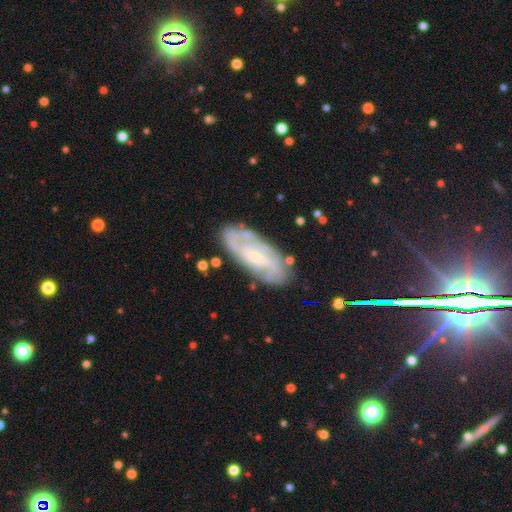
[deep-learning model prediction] A featured or disk galaxy (76%) with no bar (45%), 2 (40%) tight (48%) spiral arms (90%) and a small central bulge (60%).

Vote fractions:
- Smooth or featured? featured or disk: 76% / smooth: 17% / star or artifact: 7%
- Edge-on disk? no: 91% / yes: 9%
- Bar? no: 45% / weak: 44% / strong: 12%
- Spiral arms? yes: 90% / no: 10%
- Spiral winding? tight: 48% / medium: 37% / loose: 15%
- Spiral arm count? 2: 40% / can't tell: 36% / 3: 12% / 4: 5% / 1: 4% / more than 4: 3%
- Bulge size? small: 60% / moderate: 23% / none: 14% / large: 2% / dominant: 1%
- Merging? none: 77% / minor disturbance: 16% / major disturbance: 5% / merger: 2%